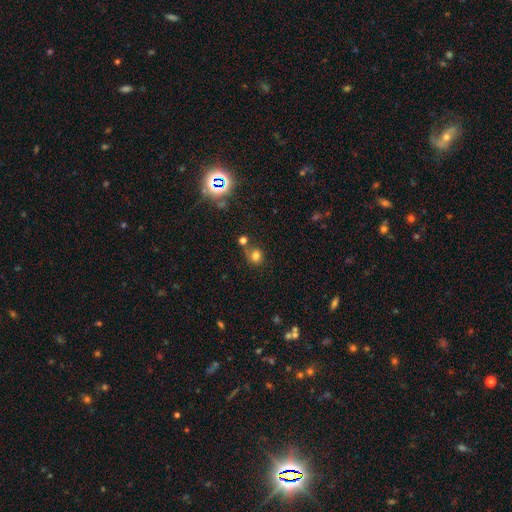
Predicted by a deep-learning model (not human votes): A smooth galaxy with no disk features (75%) that is round (80%).

Vote fractions:
- Smooth or featured? smooth: 75% / star or artifact: 17% / featured or disk: 9%
- How rounded? round: 80% / in between: 19% / cigar-shaped: 1%
- Merging? none: 57% / merger: 21% / minor disturbance: 15% / major disturbance: 7%